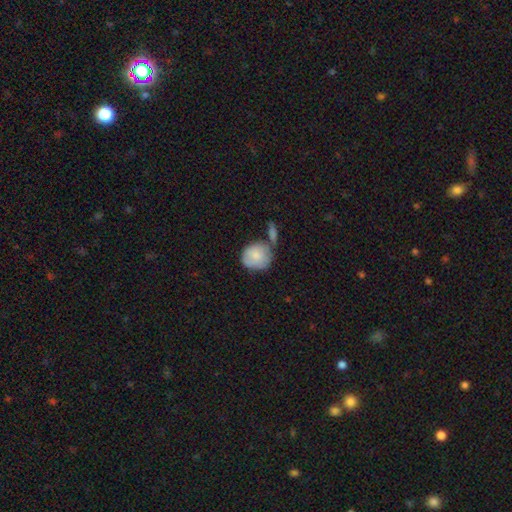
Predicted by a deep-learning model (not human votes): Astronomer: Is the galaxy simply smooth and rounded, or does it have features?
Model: smooth — 81%.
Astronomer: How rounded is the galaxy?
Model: round — 77%.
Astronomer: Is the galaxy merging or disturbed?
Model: none — 44% (runner-up: merger, 27%).